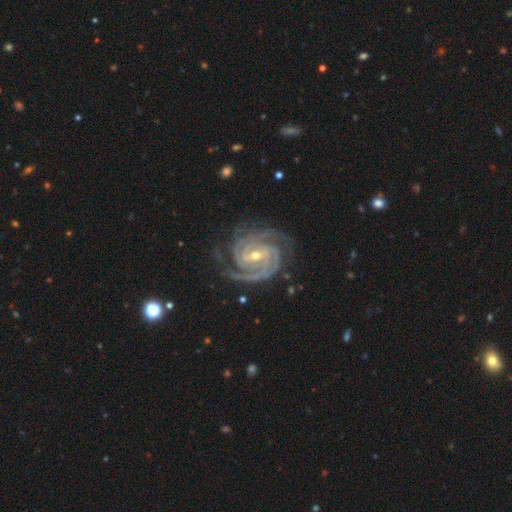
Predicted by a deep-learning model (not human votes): Smooth or featured?
  - featured or disk: 94% *
  - star or artifact: 4%
  - smooth: 2%
Edge-on disk?
  - no: 98% *
  - yes: 2%
Bar?
  - weak: 41% *
  - no: 30%
  - strong: 29%
Spiral arms?
  - yes: 99% *
  - no: 1%
Spiral winding?
  - tight: 77% *
  - medium: 21%
  - loose: 2%
Spiral arm count?
  - 3: 38% *
  - 2: 23%
  - 4: 17%
  - can't tell: 9%
  - more than 4: 7%
  - 1: 6%
Bulge size?
  - small: 56% *
  - moderate: 41%
  - large: 1%
  - none: 1%
  - dominant: 1%
Merging?
  - none: 78% *
  - minor disturbance: 15%
  - major disturbance: 5%
  - merger: 1%